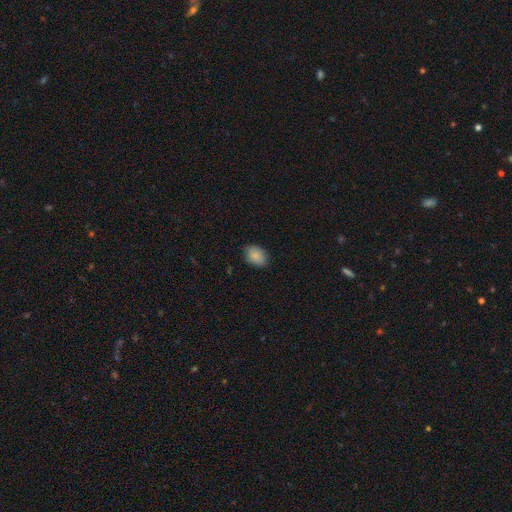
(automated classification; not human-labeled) smooth 87%, star or artifact 8%, featured or disk 5%. Down the decision tree: how rounded — in between (79%); merging — none (84%).